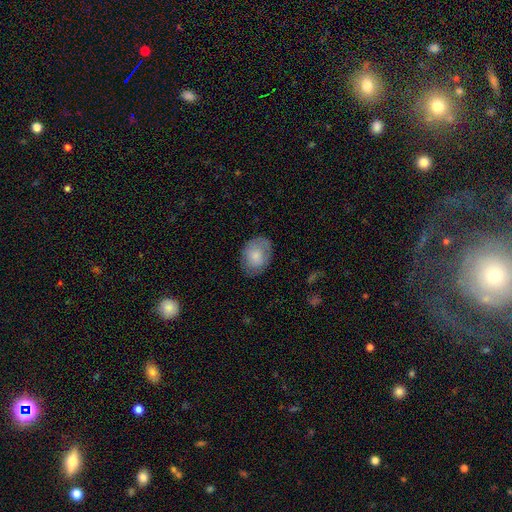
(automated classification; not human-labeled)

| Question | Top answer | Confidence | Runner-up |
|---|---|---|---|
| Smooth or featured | smooth | 77% | featured or disk (17%) |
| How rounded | in between | 68% | round (31%) |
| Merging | none | 73% | minor disturbance (20%) |